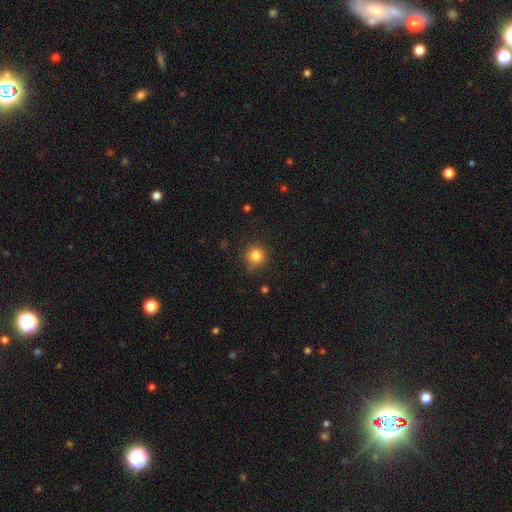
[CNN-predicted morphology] Smooth or featured? Predicted: smooth (p=0.83). How rounded? Predicted: round (p=0.93). Merging? Predicted: none (p=0.84).